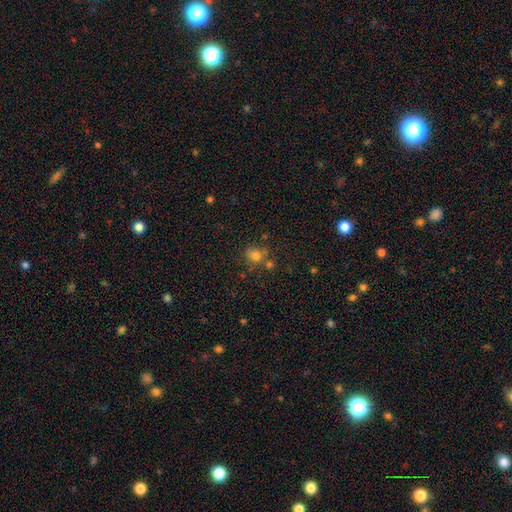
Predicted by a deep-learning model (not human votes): This appears to be a smooth galaxy with no disk features (75%) that is round (66%). Merging: none (57%).